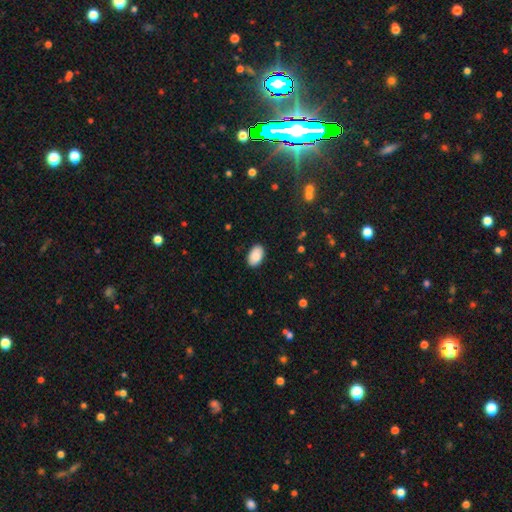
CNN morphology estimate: smooth 89%, star or artifact 6%, featured or disk 4%. Down the decision tree: how rounded — in between (93%); merging — none (88%).